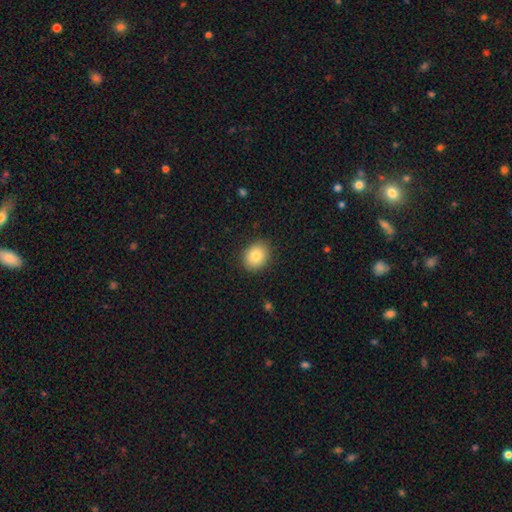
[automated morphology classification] Smooth or featured? smooth (83%)
How rounded? round (55%)
Merging? none (89%)